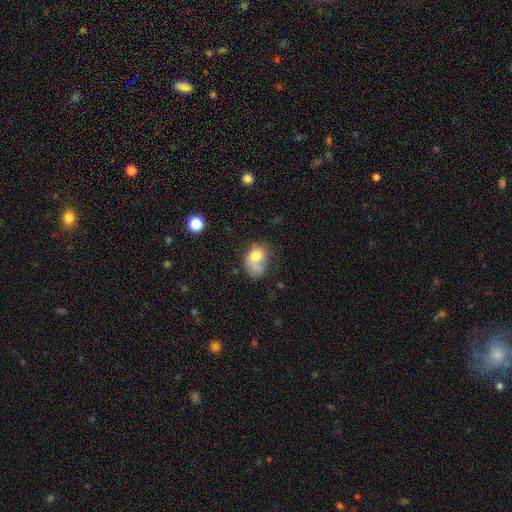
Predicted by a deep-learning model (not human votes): smooth_or_featured: smooth (p=0.69) [alt: featured or disk p=0.22]
how_rounded: in between (p=0.64) [alt: round p=0.35]
merging: major disturbance (p=0.27) [tied with: none p=0.27]